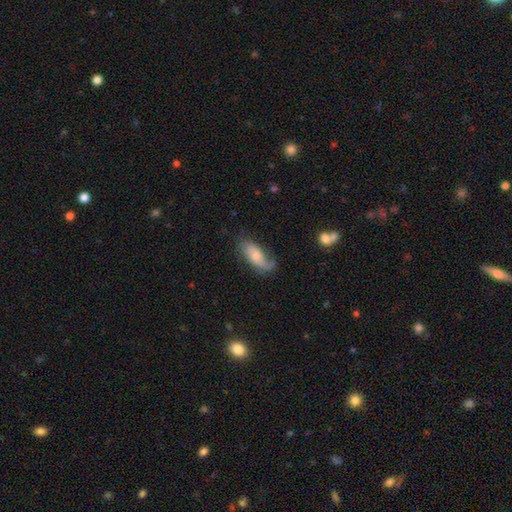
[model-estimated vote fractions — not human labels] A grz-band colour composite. It shows a smooth galaxy with no disk features (50%). Merging: none (53%).